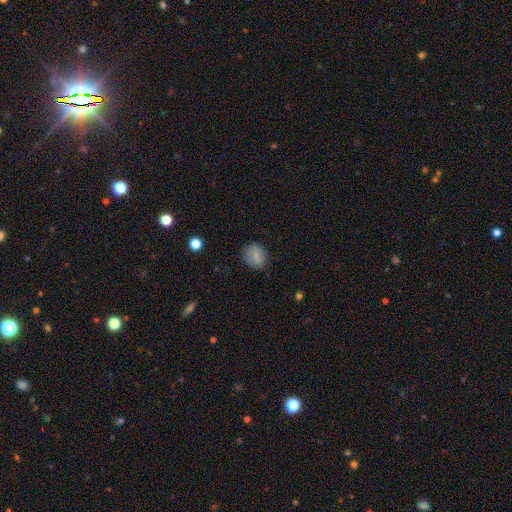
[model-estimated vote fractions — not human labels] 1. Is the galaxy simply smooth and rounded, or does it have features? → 81% smooth, 10% featured or disk, 9% star or artifact.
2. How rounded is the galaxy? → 59% round, 40% in between, 2% cigar-shaped.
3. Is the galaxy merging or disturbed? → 83% none, 12% minor disturbance, 4% major disturbance, 1% merger.